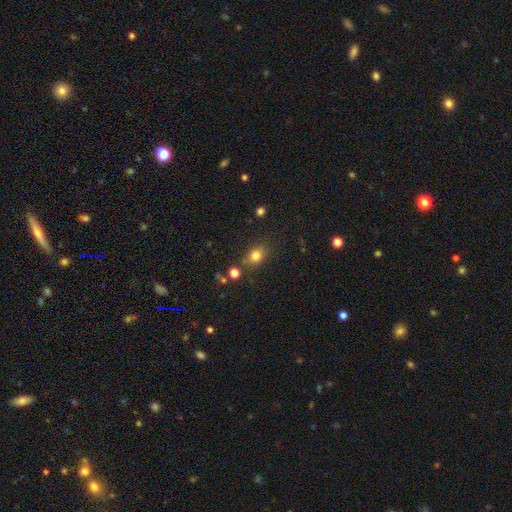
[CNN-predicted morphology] A smooth galaxy with no disk features (78%) that is round (52%).

Vote fractions:
- Smooth or featured? smooth: 78% / star or artifact: 14% / featured or disk: 8%
- How rounded? round: 52% / in between: 46% / cigar-shaped: 1%
- Merging? none: 72% / minor disturbance: 15% / merger: 8% / major disturbance: 5%